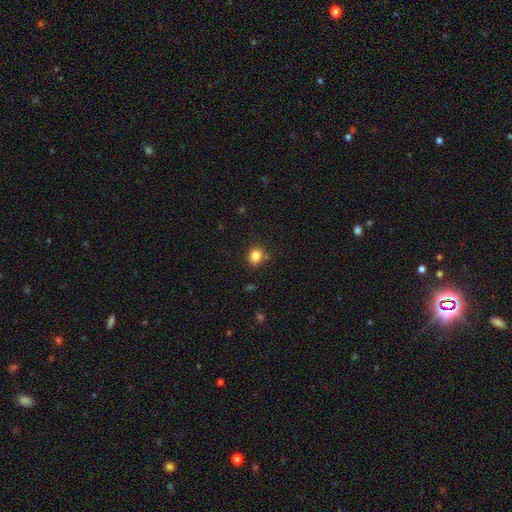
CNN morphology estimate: A smooth galaxy with no disk features (83%) that is round (58%). Merging: none (79%).